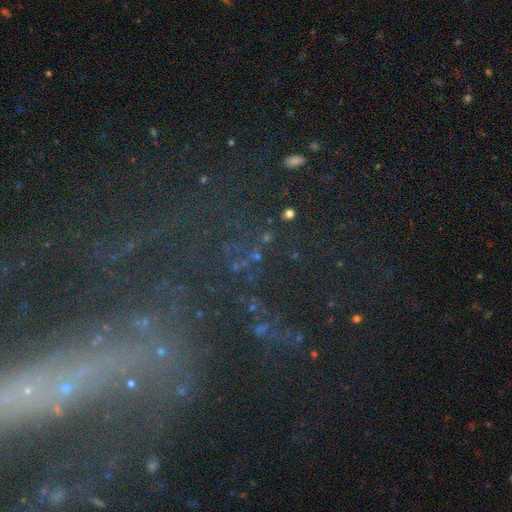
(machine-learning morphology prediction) Overall: star or artifact (65%).